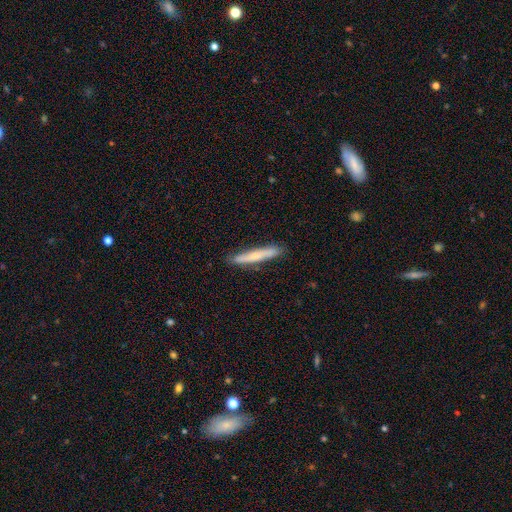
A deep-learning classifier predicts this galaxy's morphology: This is possibly a smooth galaxy (58%). How rounded: clearly cigar-shaped (94%). Merging: clearly none (88%).